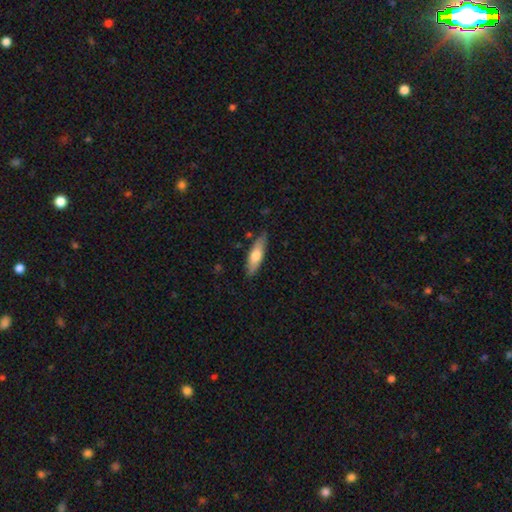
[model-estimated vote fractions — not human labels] Smooth or featured? Predicted: smooth (p=0.68). How rounded? Predicted: cigar-shaped (p=0.54). Merging? Predicted: none (p=0.82).